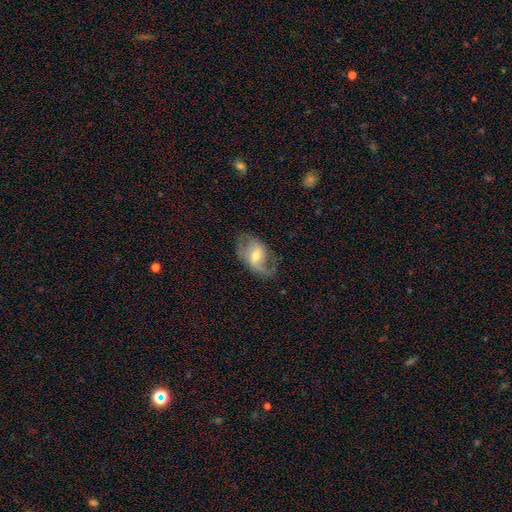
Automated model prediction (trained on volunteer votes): A featured or disk galaxy (65%) with a weak bar (50%), 2 (66%) loose (56%) spiral arms (83%) and a moderate central bulge (63%). Merging: none (57%).